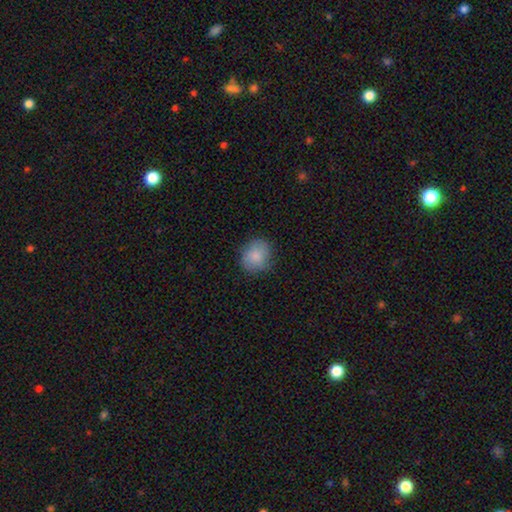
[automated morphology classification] smooth_or_featured: smooth (p=0.84) [alt: featured or disk p=0.09]
how_rounded: round (p=0.79) [alt: in between p=0.20]
merging: none (p=0.78) [alt: minor disturbance p=0.17]